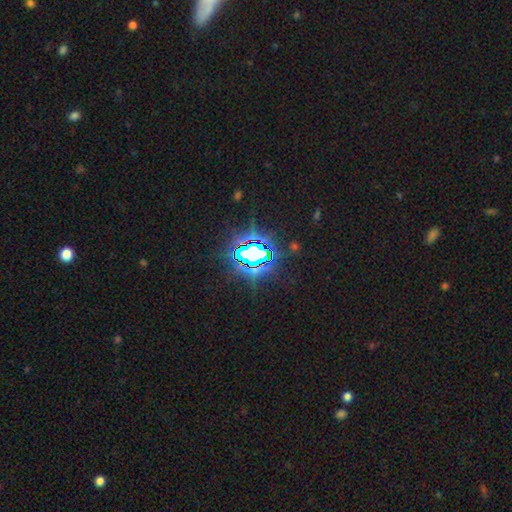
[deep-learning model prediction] This appears to be a star or artifact, not a galaxy (78%).